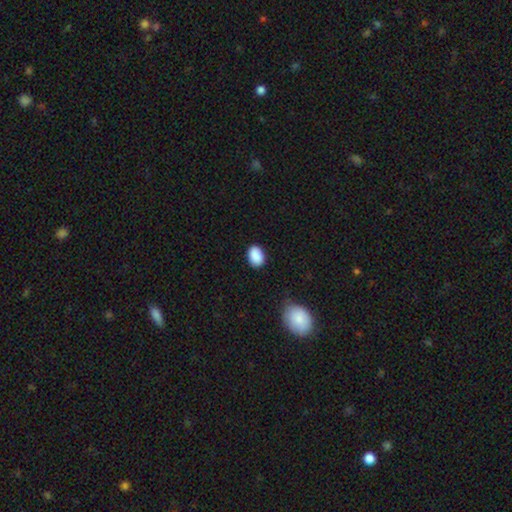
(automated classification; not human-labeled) A smooth galaxy with no disk features (89%) that is in between round and cigar-shaped (79%).

Vote fractions:
- Smooth or featured? smooth: 89% / star or artifact: 7% / featured or disk: 3%
- How rounded? in between: 79% / round: 19% / cigar-shaped: 1%
- Merging? none: 85% / minor disturbance: 11% / major disturbance: 2% / merger: 1%